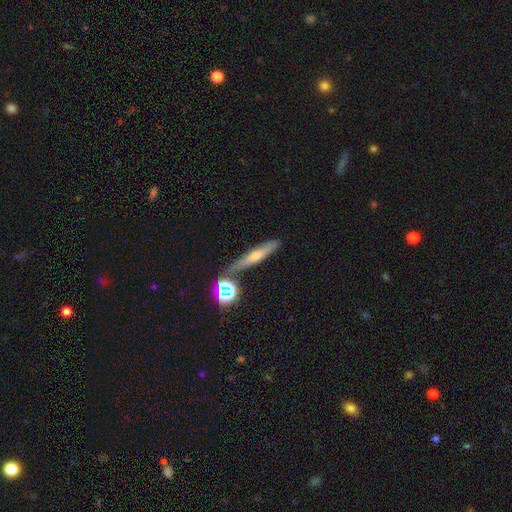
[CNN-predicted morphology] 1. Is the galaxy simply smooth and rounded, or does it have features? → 47% featured or disk, 35% smooth, 18% star or artifact.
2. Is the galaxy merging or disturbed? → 78% none, 12% minor disturbance, 7% merger, 4% major disturbance.